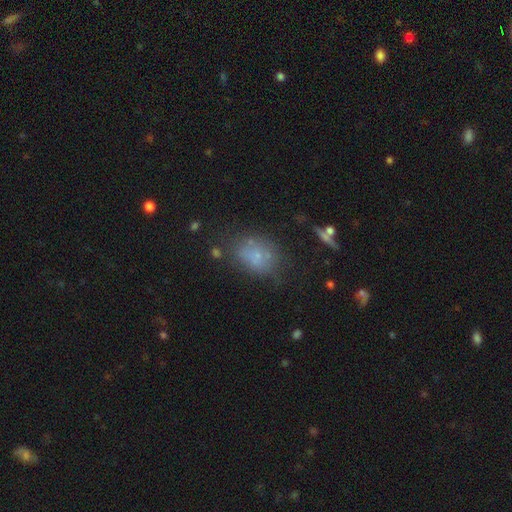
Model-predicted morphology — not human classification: This is likely a smooth galaxy (64%). How rounded: likely in between (63%). Merging: possibly none (58%).